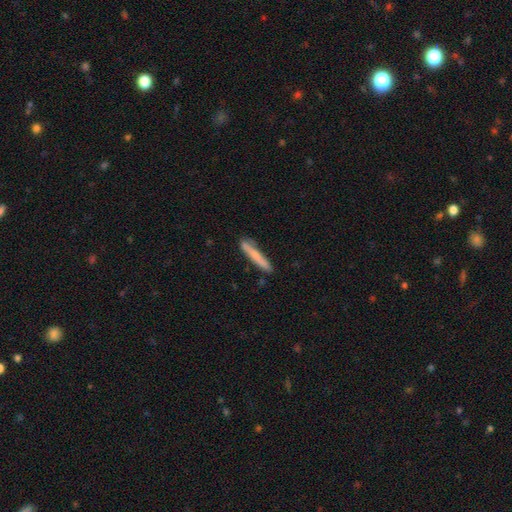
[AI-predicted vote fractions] smooth 68%, featured or disk 26%, star or artifact 6%. Down the decision tree: how rounded — cigar-shaped (95%); merging — none (81%).